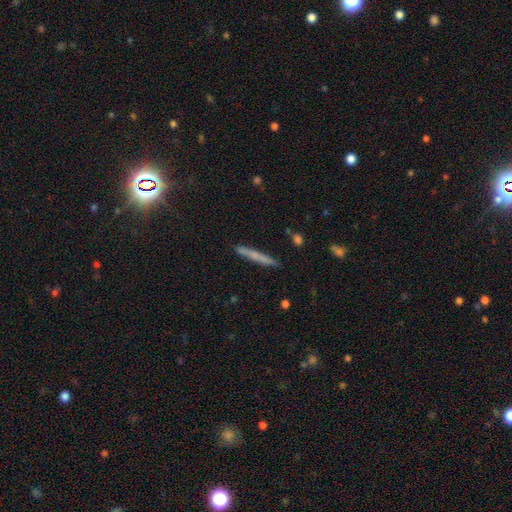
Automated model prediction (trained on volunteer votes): A smooth galaxy with no disk features (56%) that is cigar-shaped (96%).

Vote fractions:
- Smooth or featured? smooth: 56% / featured or disk: 36% / star or artifact: 8%
- How rounded? cigar-shaped: 96% / in between: 3% / round: 2%
- Merging? none: 90% / minor disturbance: 7% / major disturbance: 2% / merger: 1%